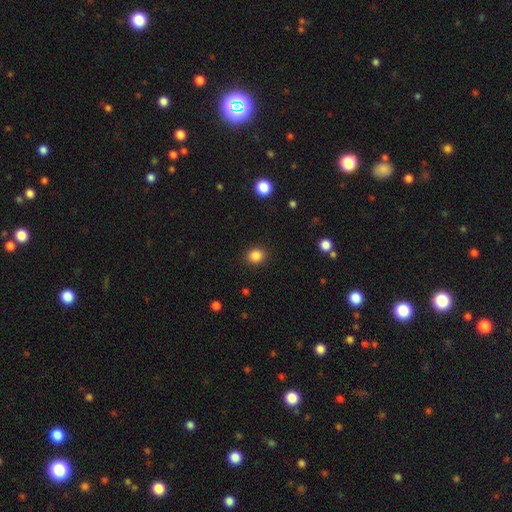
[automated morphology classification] A smooth galaxy with no disk features (86%) that is round (72%). Merging: none (90%).